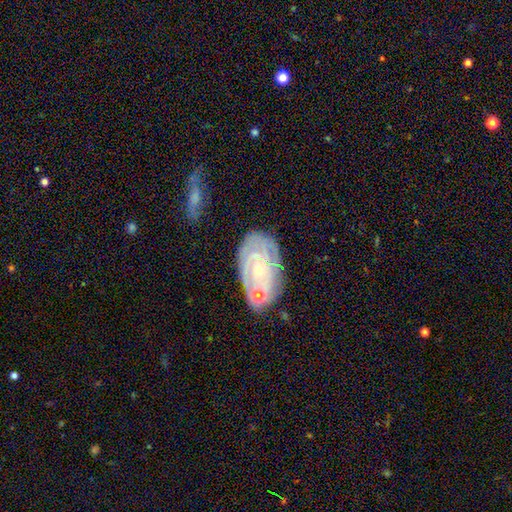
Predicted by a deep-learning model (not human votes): Smooth or featured? featured or disk (72%)
Edge-on disk? no (93%)
Bar? no (73%)
Spiral arms? yes (83%)
Spiral winding? tight (76%)
Spiral arm count? can't tell (45%)
Bulge size? small (66%)
Merging? none (68%)